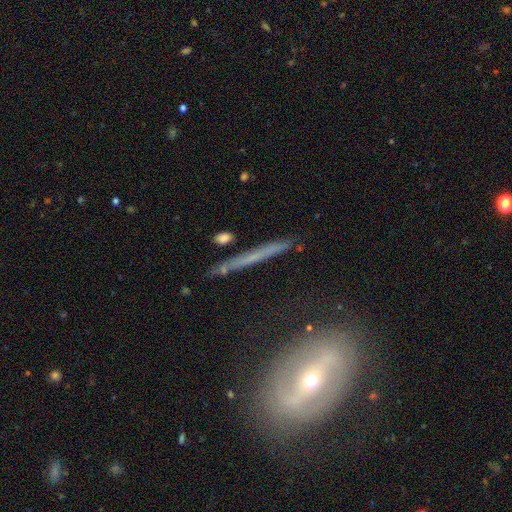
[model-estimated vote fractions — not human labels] smooth-or-featured: featured or disk: 61% | smooth: 27% | star or artifact: 11%
  disk-edge-on: yes: 81% | no: 19%
  merging: none: 82% | minor disturbance: 11% | major disturbance: 4% | merger: 3%